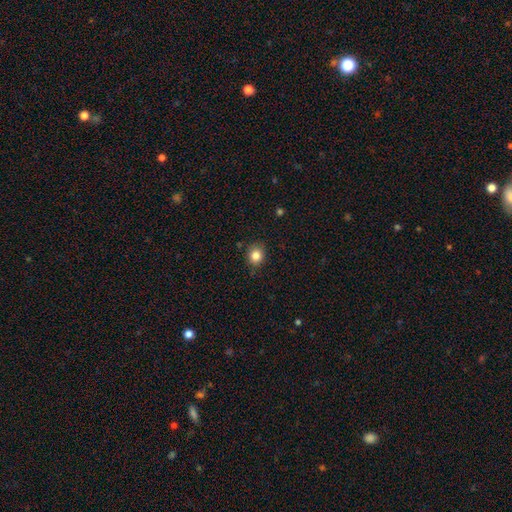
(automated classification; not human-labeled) smooth 84%, star or artifact 11%, featured or disk 6%. Down the decision tree: how rounded — round (76%); merging — none (85%).